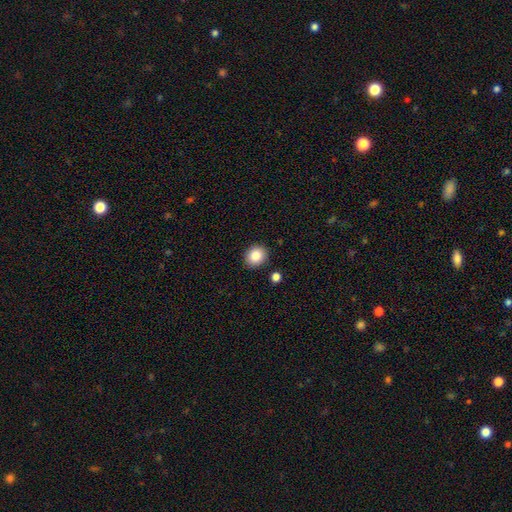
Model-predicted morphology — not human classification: This appears to be a smooth galaxy with no disk features (87%) that is round (68%). Merging: none (87%).